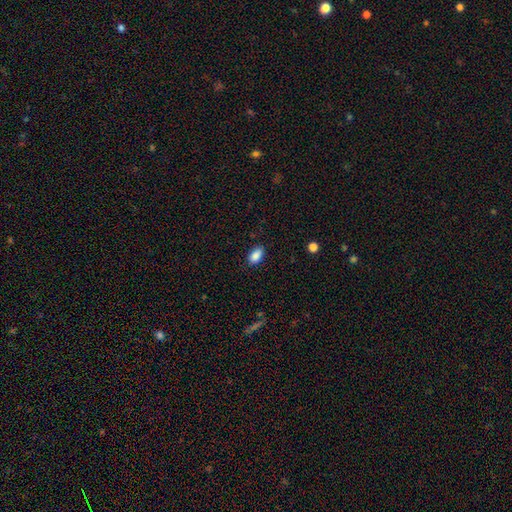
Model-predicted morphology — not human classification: Overall: smooth (88%). How rounded: in between (92%). Merging: none (85%).